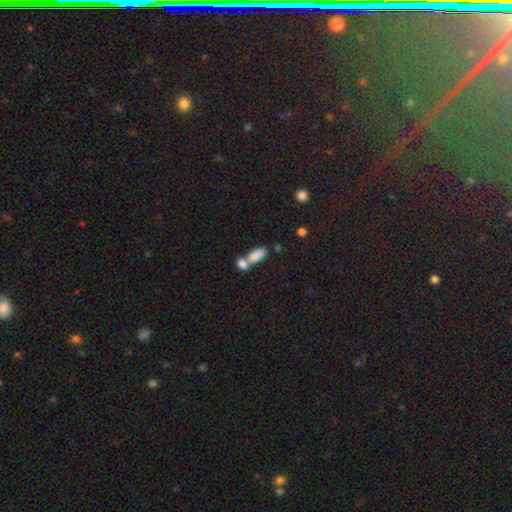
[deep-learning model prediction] This is clearly a smooth galaxy (84%). How rounded: clearly in between (82%). Merging: possibly merger (53%).